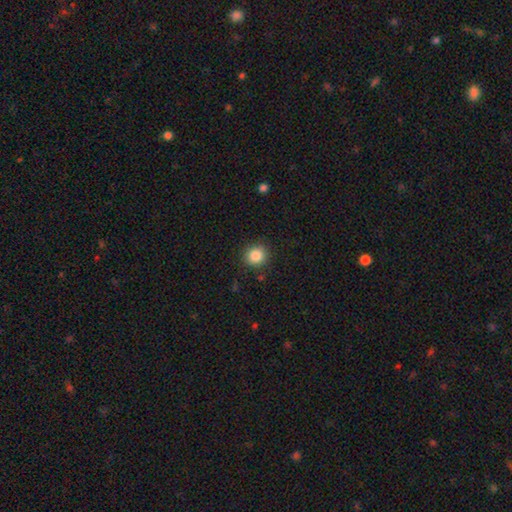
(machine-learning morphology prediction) Smooth or featured?
  - smooth: 87% *
  - star or artifact: 9%
  - featured or disk: 4%
How rounded?
  - round: 86% *
  - in between: 13%
  - cigar-shaped: 1%
Merging?
  - none: 89% *
  - minor disturbance: 8%
  - major disturbance: 3%
  - merger: 1%